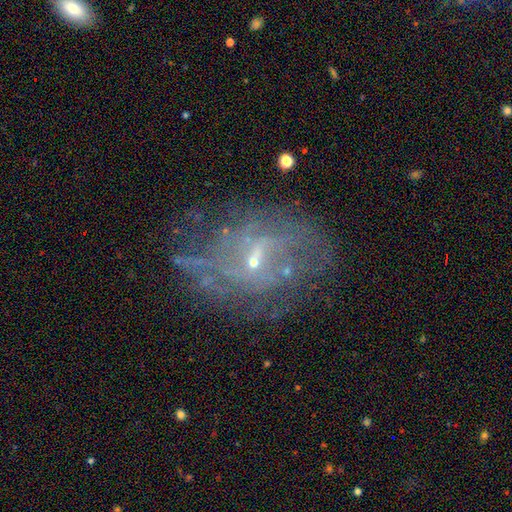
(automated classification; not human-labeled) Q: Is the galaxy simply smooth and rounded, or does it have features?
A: featured or disk — 69%.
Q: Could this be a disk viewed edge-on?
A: no — 96%.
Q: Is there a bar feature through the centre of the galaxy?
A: no — 50%.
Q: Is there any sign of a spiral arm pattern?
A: yes — 63%.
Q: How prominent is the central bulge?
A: small — 76%.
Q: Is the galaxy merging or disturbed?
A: none — 62%.